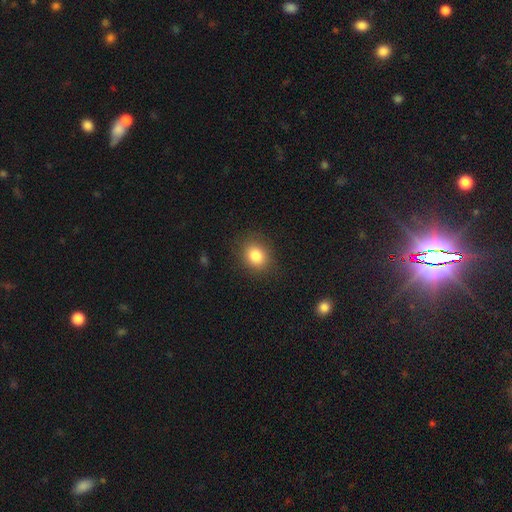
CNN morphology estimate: Overall: smooth (82%). How rounded: round (59%; in between 40%). Merging: none (86%).